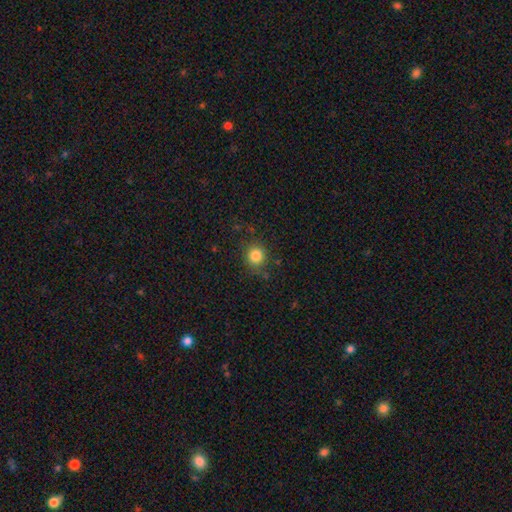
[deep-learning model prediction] smooth 83%, star or artifact 11%, featured or disk 6%. Down the decision tree: how rounded — round (87%); merging — none (82%).